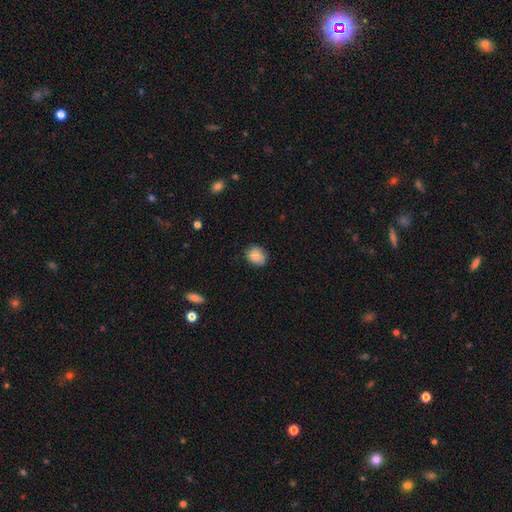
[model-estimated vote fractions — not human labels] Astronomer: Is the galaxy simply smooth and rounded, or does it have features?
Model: smooth — 85%.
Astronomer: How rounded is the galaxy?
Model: round — 59% (runner-up: in between, 40%).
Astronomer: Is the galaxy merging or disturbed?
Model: none — 76%.